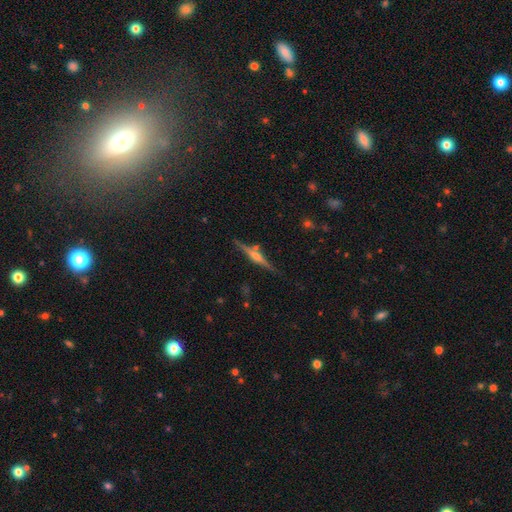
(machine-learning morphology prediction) Smooth or featured?
  - featured or disk: 78% *
  - smooth: 15%
  - star or artifact: 7%
Edge-on disk?
  - yes: 98% *
  - no: 2%
Edge-on bulge?
  - rounded: 84% *
  - boxy: 9%
  - none: 7%
Merging?
  - none: 81% *
  - minor disturbance: 11%
  - merger: 5%
  - major disturbance: 3%